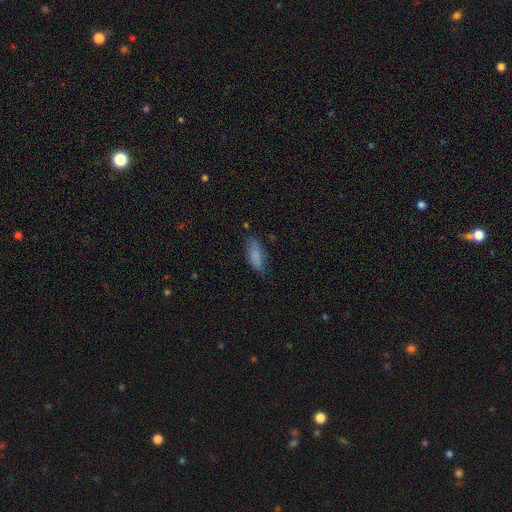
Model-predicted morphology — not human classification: smooth_or_featured: smooth (p=0.81) [alt: featured or disk p=0.11]
how_rounded: in between (p=0.68) [alt: cigar-shaped p=0.30]
merging: none (p=0.68) [alt: minor disturbance p=0.24]